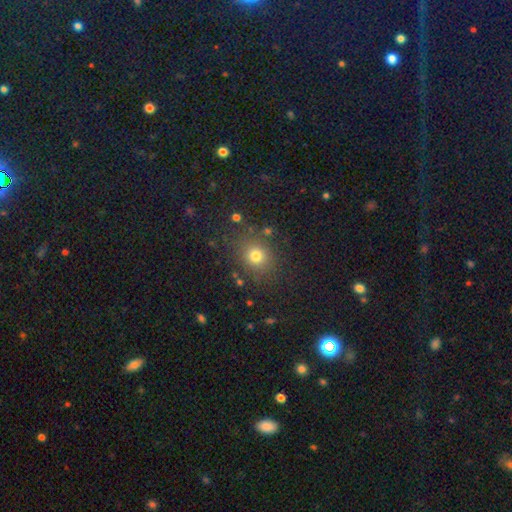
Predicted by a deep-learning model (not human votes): Smooth or featured? smooth (75%)
How rounded? round (76%)
Merging? none (82%)